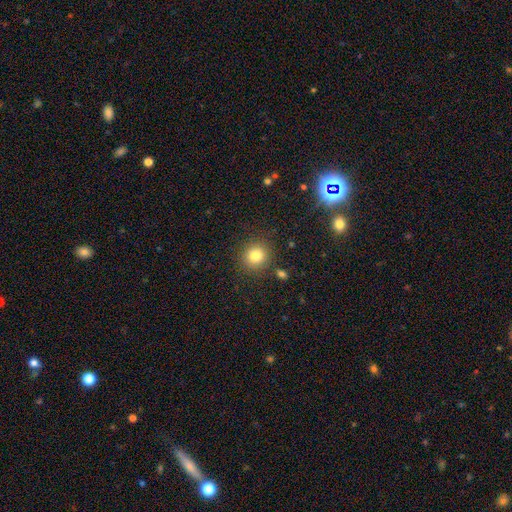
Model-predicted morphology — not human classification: Smooth or featured? Predicted: smooth (p=0.81). How rounded? Predicted: round (p=0.88). Merging? Predicted: none (p=0.86).